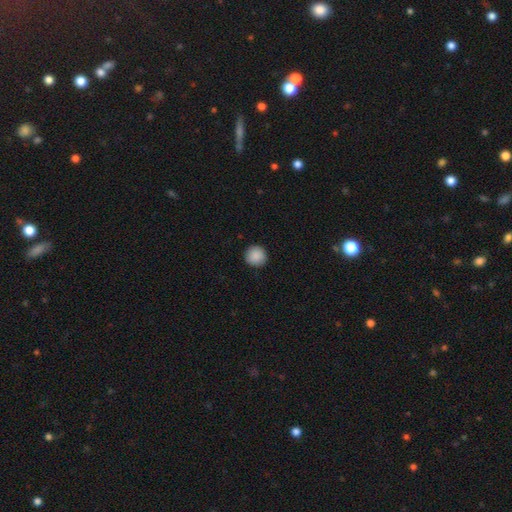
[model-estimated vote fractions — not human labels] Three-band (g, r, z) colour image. It shows a smooth galaxy with no disk features (89%) that is round (95%). Merging: none (92%).